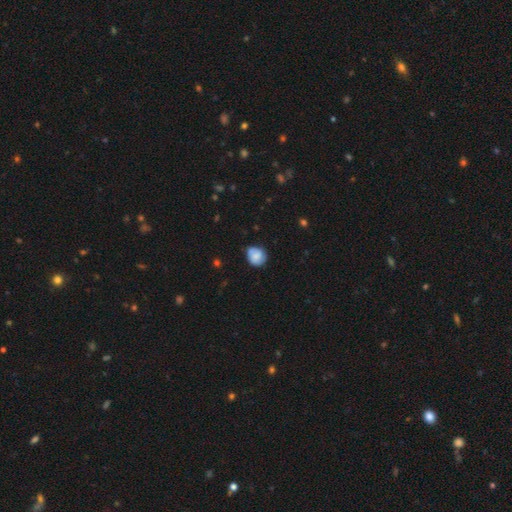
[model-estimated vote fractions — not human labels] smooth-or-featured: smooth: 72% | featured or disk: 20% | star or artifact: 8%
  how-rounded: round: 72% | in between: 27% | cigar-shaped: 1%
  merging: none: 68% | minor disturbance: 25% | major disturbance: 5% | merger: 2%